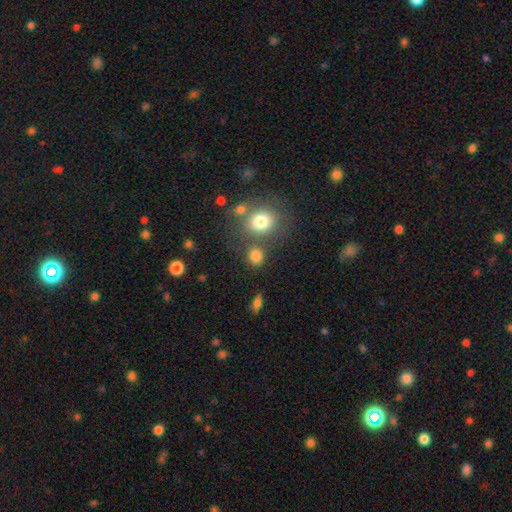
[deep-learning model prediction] Morphology: type=smooth (81%); roundness=round (76%); merging=none (67%).